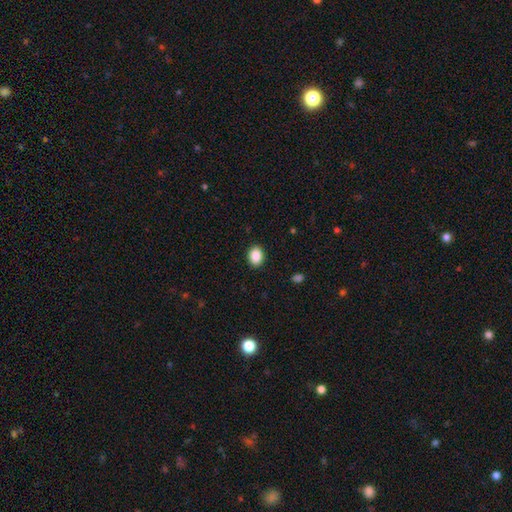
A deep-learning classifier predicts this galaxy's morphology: A smooth galaxy with no disk features (89%) that is in between round and cigar-shaped (66%).

Vote fractions:
- Smooth or featured? smooth: 89% / star or artifact: 8% / featured or disk: 3%
- How rounded? in between: 66% / round: 33% / cigar-shaped: 1%
- Merging? none: 91% / minor disturbance: 7% / major disturbance: 2% / merger: 1%